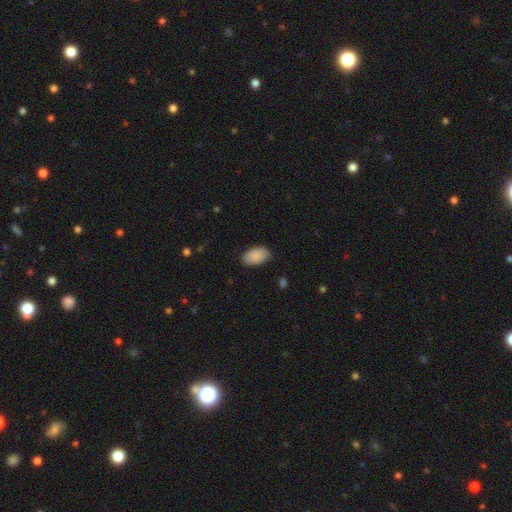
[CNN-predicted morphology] This is clearly a smooth galaxy (90%). How rounded: clearly in between (94%). Merging: clearly none (86%).